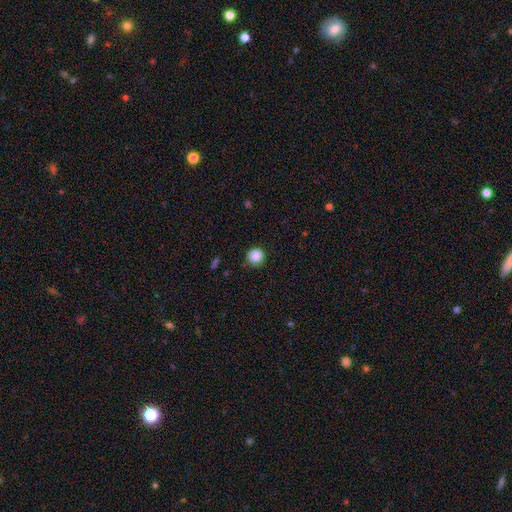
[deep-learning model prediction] Overall: smooth (87%). How rounded: round (94%). Merging: none (85%).